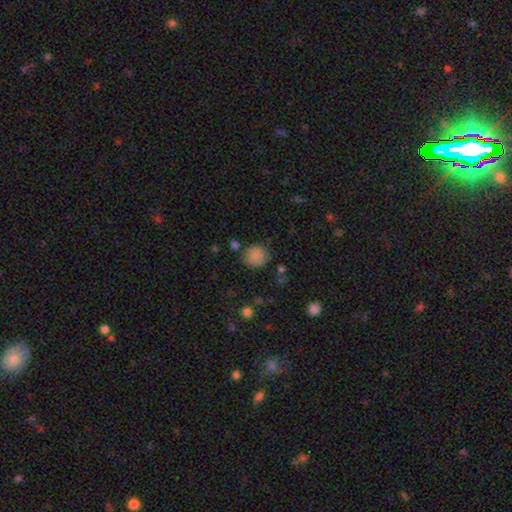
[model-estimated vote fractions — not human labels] This appears to be a smooth galaxy with no disk features (84%) that is round (86%). Merging: none (78%).